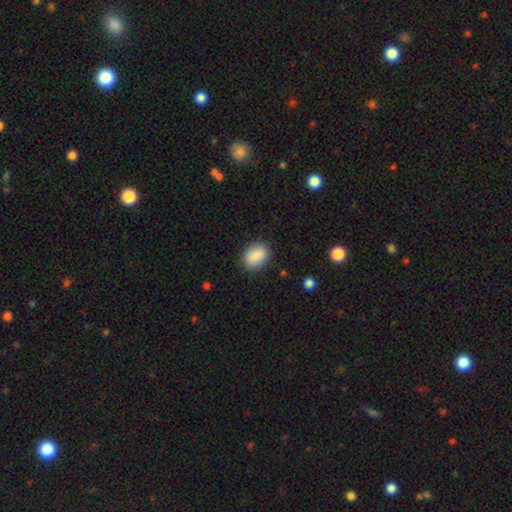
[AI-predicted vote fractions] smooth_or_featured: smooth (p=0.88) [alt: star or artifact p=0.07]
how_rounded: in between (p=0.75) [alt: round p=0.24]
merging: none (p=0.84) [alt: minor disturbance p=0.12]